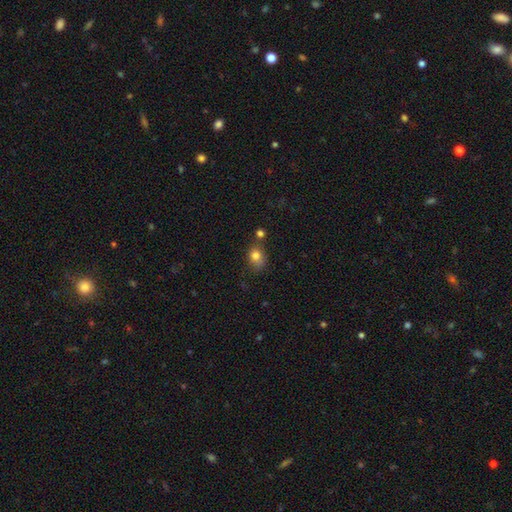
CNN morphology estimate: smooth_or_featured: smooth (p=0.80) [alt: star or artifact p=0.11]
how_rounded: in between (p=0.50) [alt: round p=0.49]
merging: none (p=0.57) [alt: minor disturbance p=0.24]